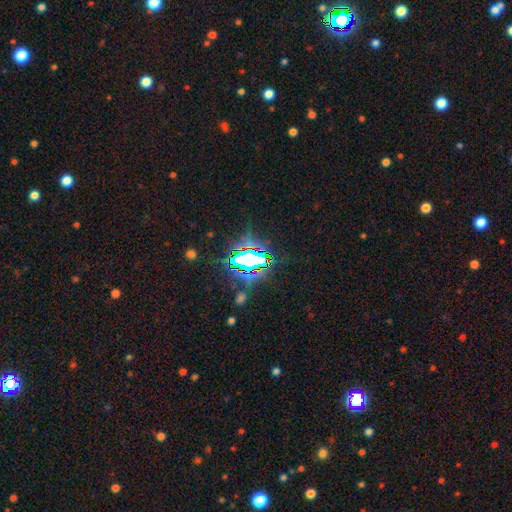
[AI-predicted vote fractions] Overall: star or artifact (70%).